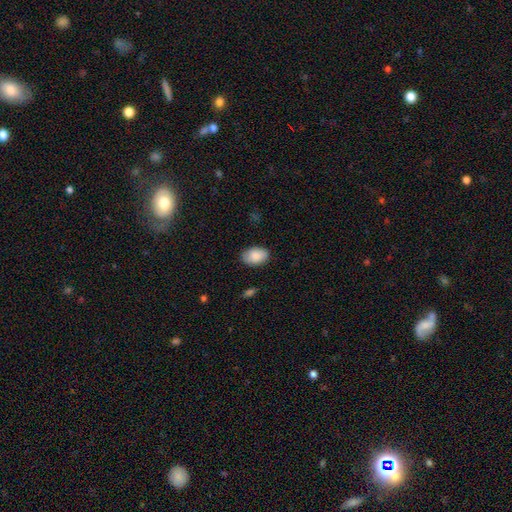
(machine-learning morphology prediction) This appears to be a smooth galaxy with no disk features (88%) that is in between round and cigar-shaped (88%). Merging: none (84%).